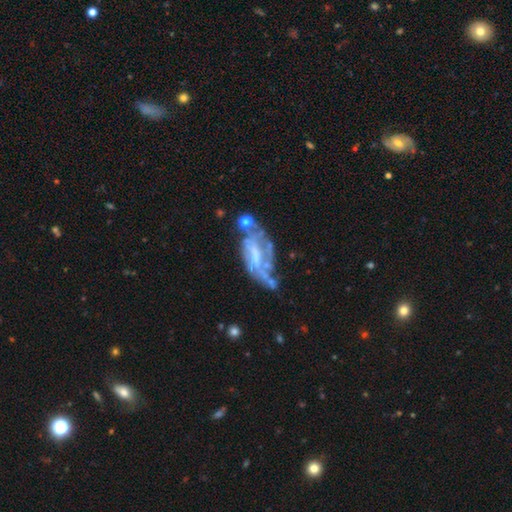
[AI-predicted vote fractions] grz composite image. It shows a featured or disk galaxy (74%) with a weak bar (41%), spiral arms (61%) and a moderate central bulge (33%). Merging: none (35%).